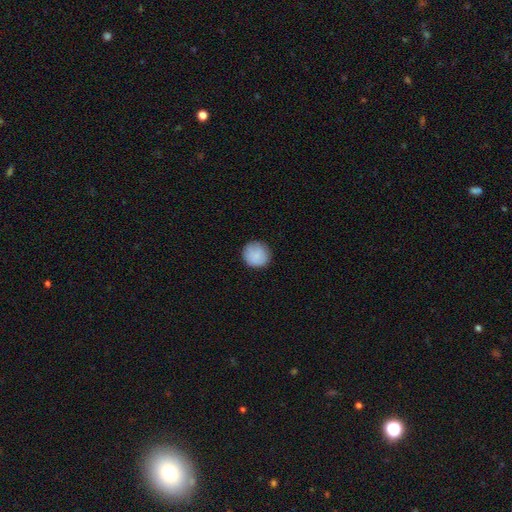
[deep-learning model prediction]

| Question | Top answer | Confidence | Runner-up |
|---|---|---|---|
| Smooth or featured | smooth | 87% | star or artifact (7%) |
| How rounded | round | 92% | in between (7%) |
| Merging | none | 87% | minor disturbance (10%) |